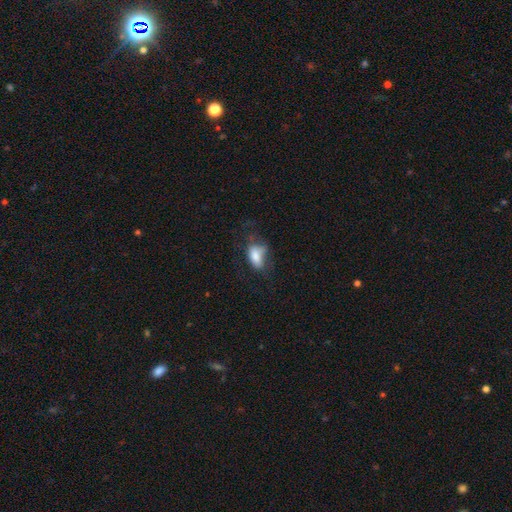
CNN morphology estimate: type=smooth (74%); roundness=in between (90%); merging=none (38%).